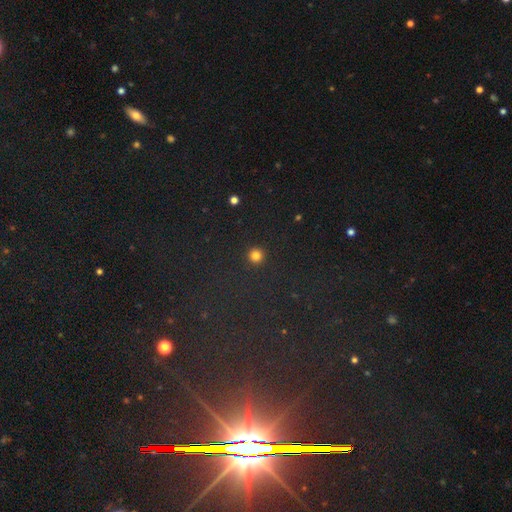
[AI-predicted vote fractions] smooth_or_featured: smooth (p=0.82) [alt: star or artifact p=0.14]
how_rounded: round (p=0.96) [alt: in between p=0.03]
merging: none (p=0.93) [alt: minor disturbance p=0.04]